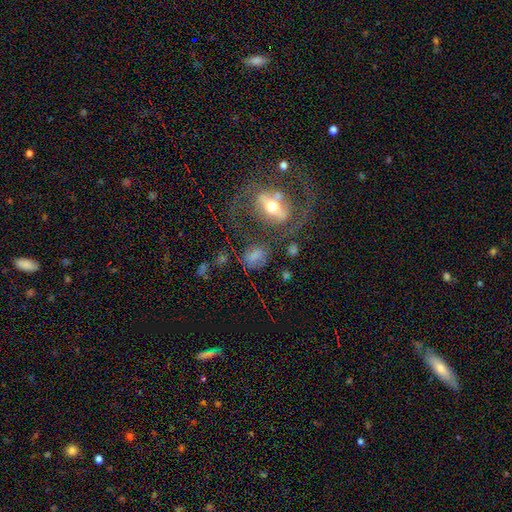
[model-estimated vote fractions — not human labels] Smooth or featured: smooth — 53% (featured or disk — 31%)
How rounded: in between — 65% (round — 31%)
Merging: none — 58% (minor disturbance — 17%)